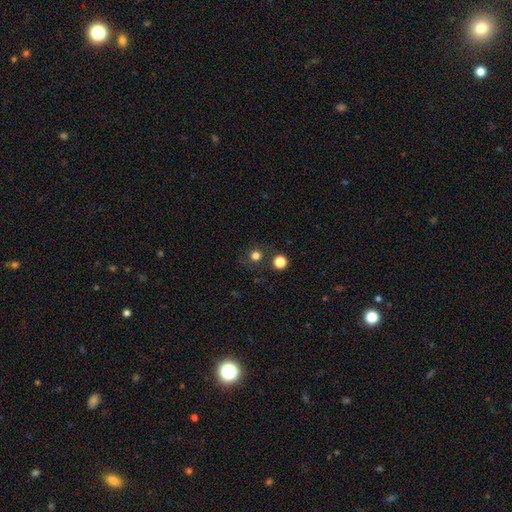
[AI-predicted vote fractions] smooth 75%, star or artifact 18%, featured or disk 7%. Down the decision tree: how rounded — round (93%); merging — none (79%).